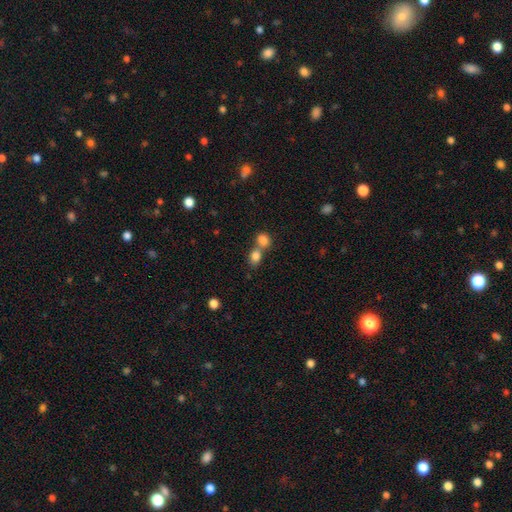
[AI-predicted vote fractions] smooth 82%, star or artifact 10%, featured or disk 7%. Down the decision tree: how rounded — in between (56%); merging — merger (54%).